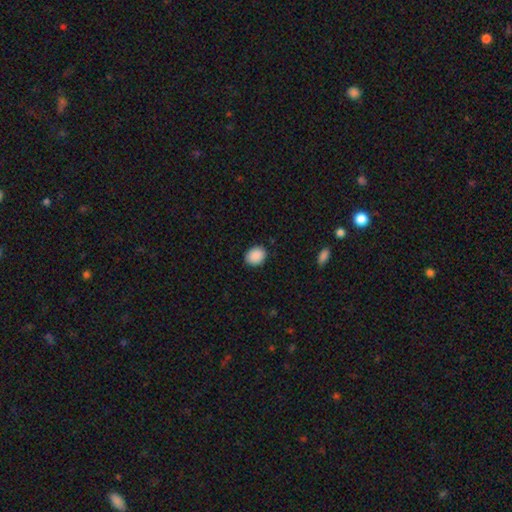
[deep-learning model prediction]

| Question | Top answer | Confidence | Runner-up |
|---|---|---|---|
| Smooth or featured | smooth | 90% | star or artifact (8%) |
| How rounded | round | 52% | in between (47%) |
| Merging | none | 87% | minor disturbance (9%) |